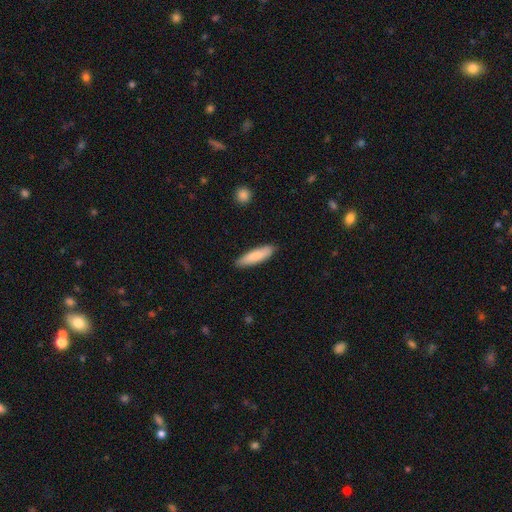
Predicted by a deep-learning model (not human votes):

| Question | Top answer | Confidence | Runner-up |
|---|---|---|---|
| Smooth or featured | smooth | 83% | featured or disk (12%) |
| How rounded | cigar-shaped | 69% | in between (29%) |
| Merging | none | 87% | minor disturbance (10%) |